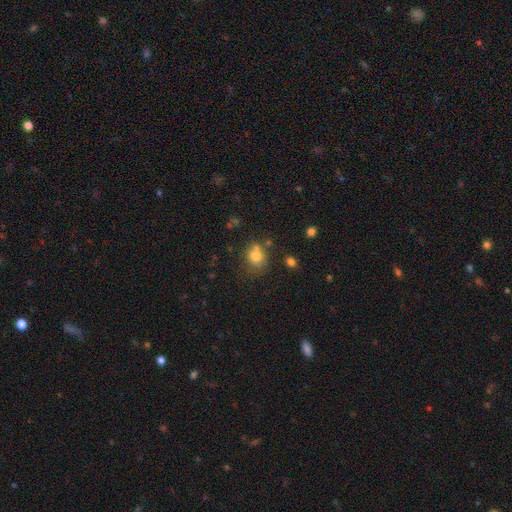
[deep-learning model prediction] This appears to be a smooth galaxy with no disk features (76%) that is round (73%). Merging: none (58%).